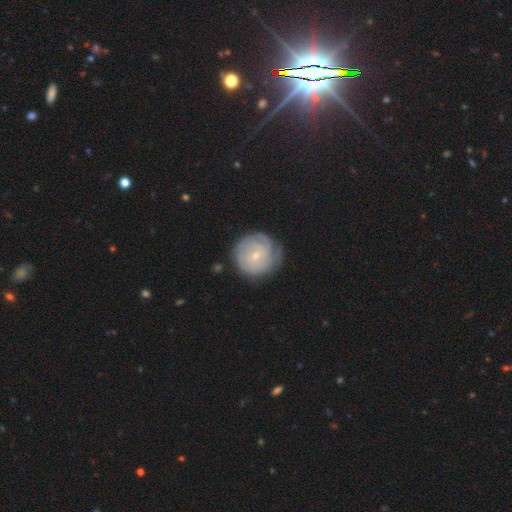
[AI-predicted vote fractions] Q: Smooth or featured?
A: featured or disk (72%); runner-up: smooth (22%)
Q: Edge-on disk?
A: no (98%); runner-up: yes (2%)
Q: Bar?
A: no (64%); runner-up: weak (31%)
Q: Spiral arms?
A: yes (90%); runner-up: no (10%)
Q: Spiral winding?
A: tight (79%); runner-up: medium (16%)
Q: Spiral arm count?
A: can't tell (44%); runner-up: 2 (19%)
Q: Bulge size?
A: small (71%); runner-up: moderate (25%)
Q: Merging?
A: none (70%); runner-up: minor disturbance (21%)